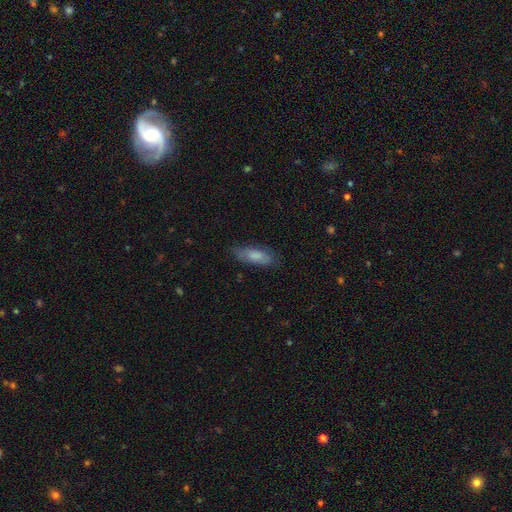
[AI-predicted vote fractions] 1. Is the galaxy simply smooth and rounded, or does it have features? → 77% smooth, 17% featured or disk, 6% star or artifact.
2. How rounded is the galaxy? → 66% in between, 32% cigar-shaped, 2% round.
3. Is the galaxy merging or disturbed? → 73% none, 21% minor disturbance, 5% major disturbance, 1% merger.